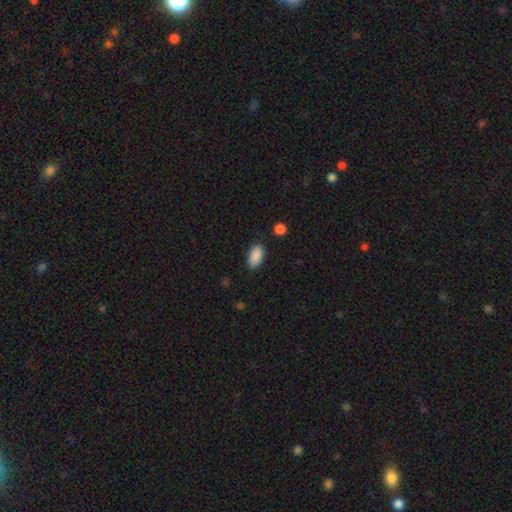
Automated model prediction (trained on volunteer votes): A smooth galaxy with no disk features (89%) that is in between round and cigar-shaped (92%).

Vote fractions:
- Smooth or featured? smooth: 89% / star or artifact: 7% / featured or disk: 4%
- How rounded? in between: 92% / cigar-shaped: 6% / round: 3%
- Merging? none: 84% / minor disturbance: 12% / major disturbance: 3% / merger: 2%